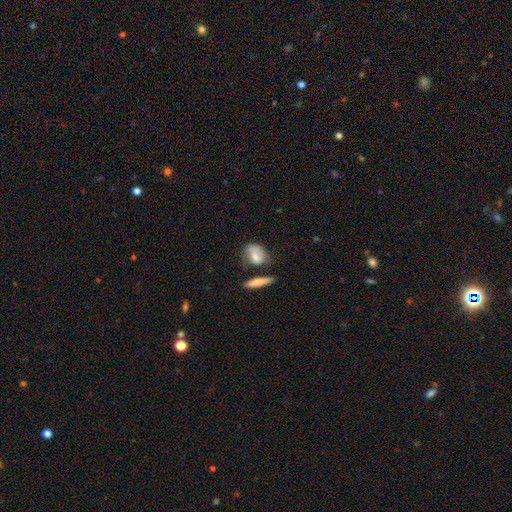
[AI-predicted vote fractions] Smooth or featured? smooth (69%)
How rounded? in between (70%)
Merging? none (45%)